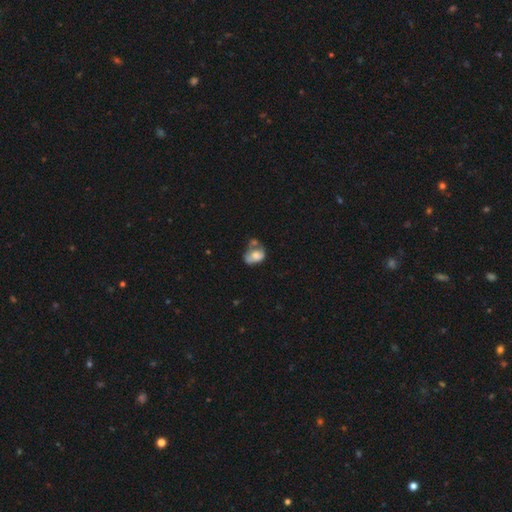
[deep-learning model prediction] Q: Smooth or featured?
A: smooth (59%); runner-up: featured or disk (32%)
Q: How rounded?
A: in between (71%); runner-up: round (28%)
Q: Merging?
A: merger (33%); runner-up: minor disturbance (23%)